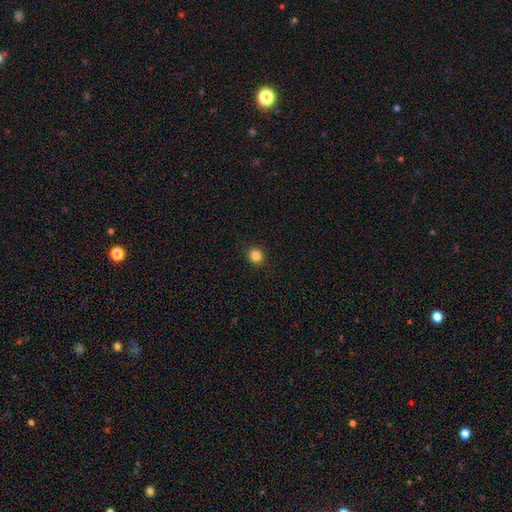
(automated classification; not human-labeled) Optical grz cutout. It shows a smooth galaxy with no disk features (85%) that is round (85%). Merging: none (91%).